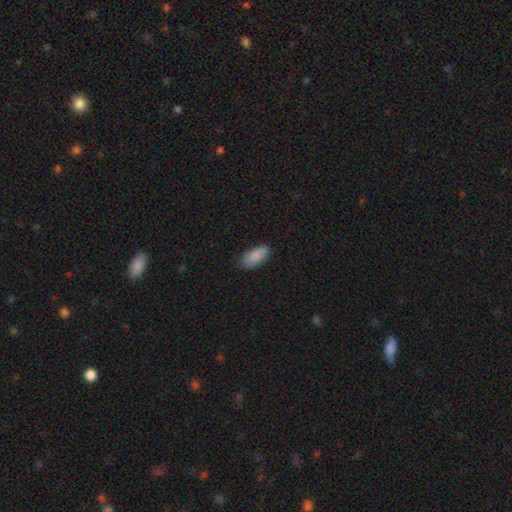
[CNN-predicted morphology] This appears to be a smooth galaxy with no disk features (89%) that is in between round and cigar-shaped (91%). Merging: none (83%).